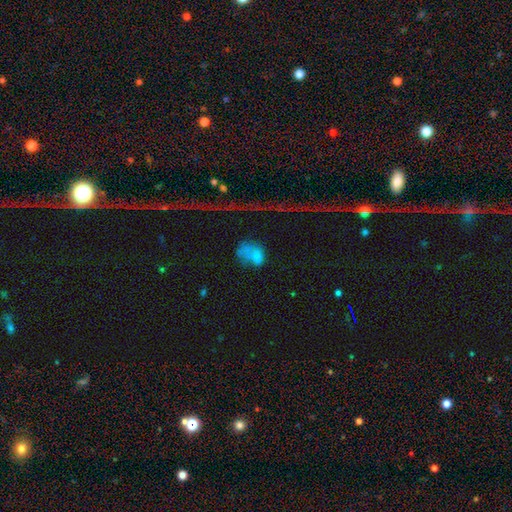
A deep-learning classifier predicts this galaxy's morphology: Overall: smooth (49%; star or artifact 28%). Merging: none (41%; major disturbance 24%).